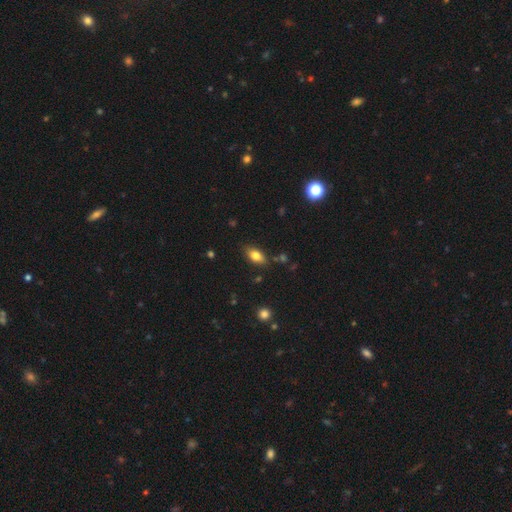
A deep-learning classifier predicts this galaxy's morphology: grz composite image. It shows a smooth galaxy with no disk features (79%) that is in between round and cigar-shaped (87%). Merging: none (81%).